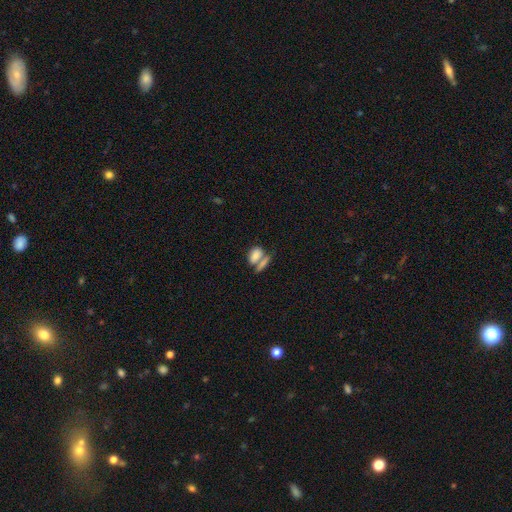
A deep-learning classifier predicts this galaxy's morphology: Q: Smooth or featured?
A: smooth (77%); runner-up: featured or disk (15%)
Q: How rounded?
A: in between (79%); runner-up: round (13%)
Q: Merging?
A: merger (47%); runner-up: none (37%)